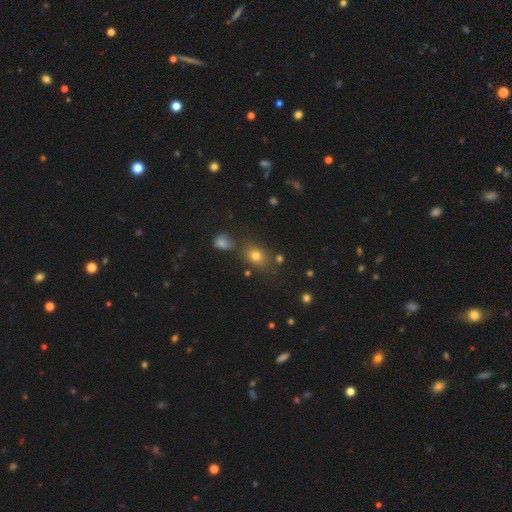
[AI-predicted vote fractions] Smooth or featured? smooth (75%)
How rounded? in between (54%)
Merging? none (69%)